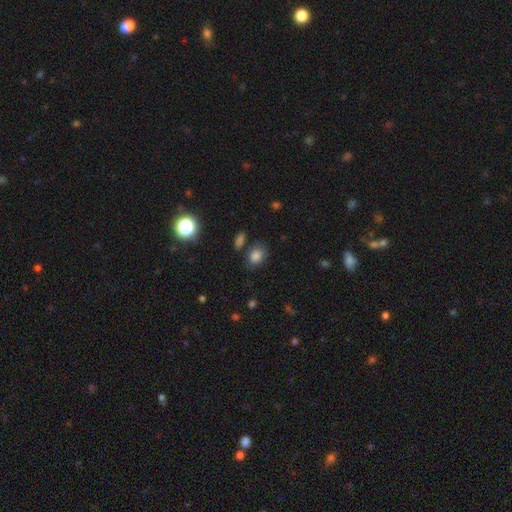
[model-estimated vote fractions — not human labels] The model was most divided on "how rounded": in between: 60%, round: 39%, cigar-shaped: 1%. More confident: smooth or featured — smooth (82%); merging — none (72%).